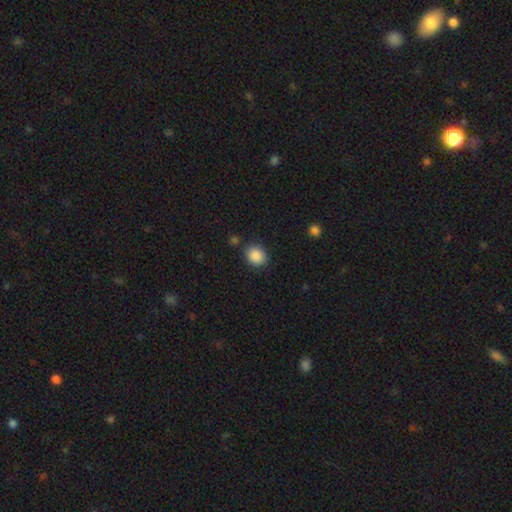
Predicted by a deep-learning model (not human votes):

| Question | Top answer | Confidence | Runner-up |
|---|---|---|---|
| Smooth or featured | smooth | 88% | star or artifact (8%) |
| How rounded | round | 62% | in between (37%) |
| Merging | none | 82% | minor disturbance (11%) |